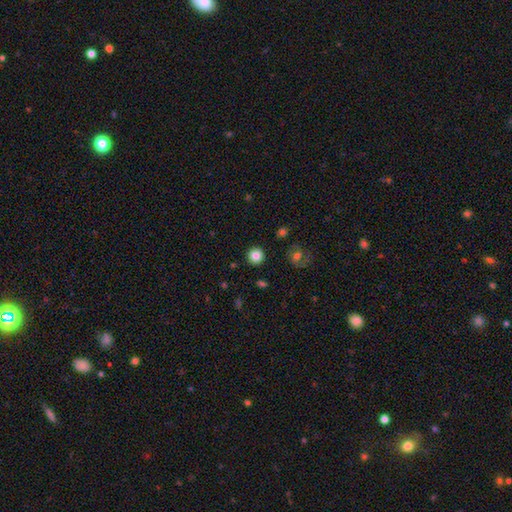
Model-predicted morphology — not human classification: Smooth or featured: smooth — 84% (star or artifact — 10%)
How rounded: round — 94% (in between — 5%)
Merging: none — 92% (minor disturbance — 5%)